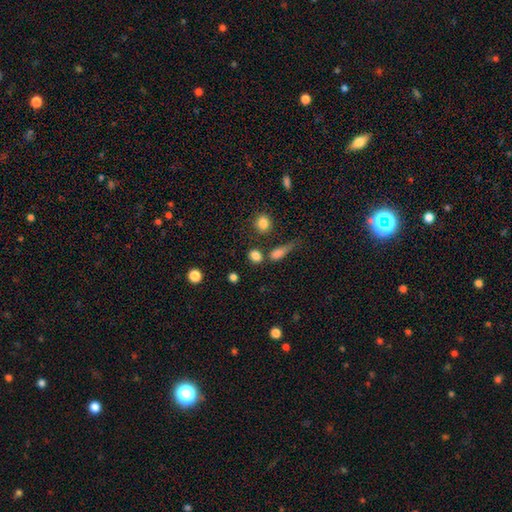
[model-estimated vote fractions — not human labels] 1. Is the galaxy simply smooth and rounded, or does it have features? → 83% smooth, 11% star or artifact, 6% featured or disk.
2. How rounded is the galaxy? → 48% round (tied), 48% in between (tied), 5% cigar-shaped.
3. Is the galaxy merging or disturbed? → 67% none, 15% merger, 13% minor disturbance, 6% major disturbance.